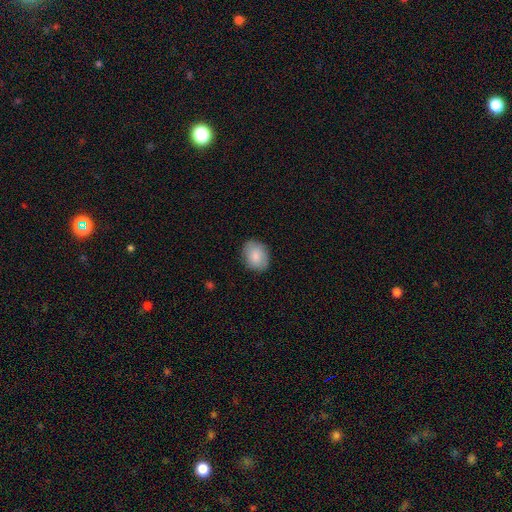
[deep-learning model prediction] A smooth galaxy with no disk features (80%) that is in between round and cigar-shaped (64%).

Vote fractions:
- Smooth or featured? smooth: 80% / featured or disk: 14% / star or artifact: 7%
- How rounded? in between: 64% / round: 35% / cigar-shaped: 1%
- Merging? none: 82% / minor disturbance: 14% / major disturbance: 3% / merger: 1%